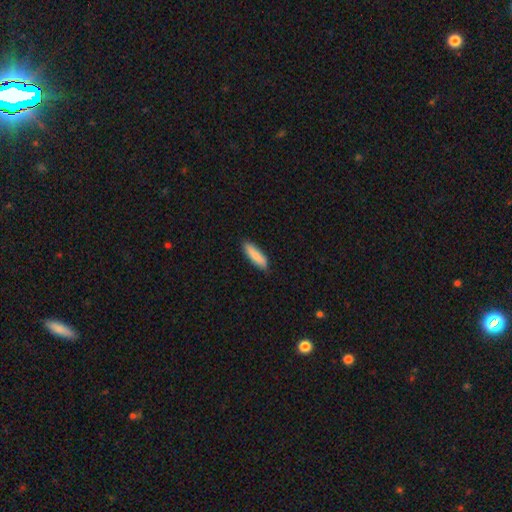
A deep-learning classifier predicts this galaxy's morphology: Smooth or featured?
  - smooth: 87% *
  - featured or disk: 7%
  - star or artifact: 6%
How rounded?
  - cigar-shaped: 61% *
  - in between: 37%
  - round: 1%
Merging?
  - none: 84% *
  - minor disturbance: 13%
  - major disturbance: 2%
  - merger: 1%